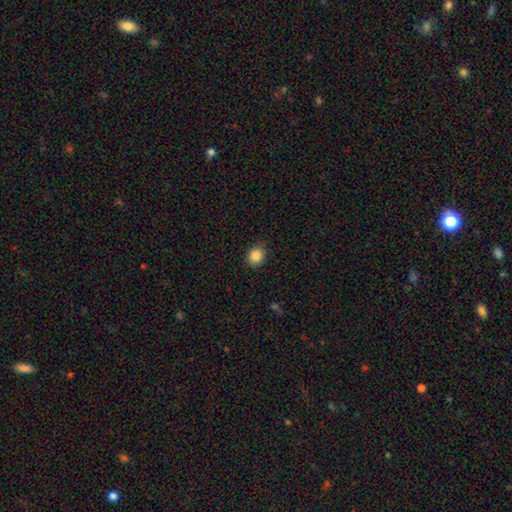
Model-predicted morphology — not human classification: smooth-or-featured: smooth: 86% | star or artifact: 10% | featured or disk: 4%
  how-rounded: round: 73% | in between: 26% | cigar-shaped: 1%
  merging: none: 87% | minor disturbance: 9% | major disturbance: 2% | merger: 1%